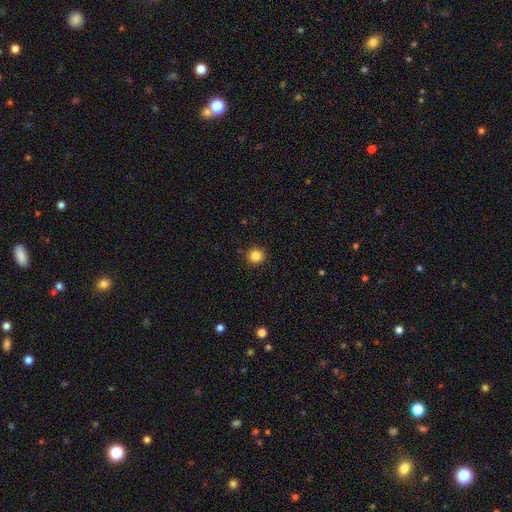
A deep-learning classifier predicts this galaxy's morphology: Smooth or featured: smooth — 84% (star or artifact — 11%)
How rounded: round — 94% (in between — 5%)
Merging: none — 91% (minor disturbance — 6%)